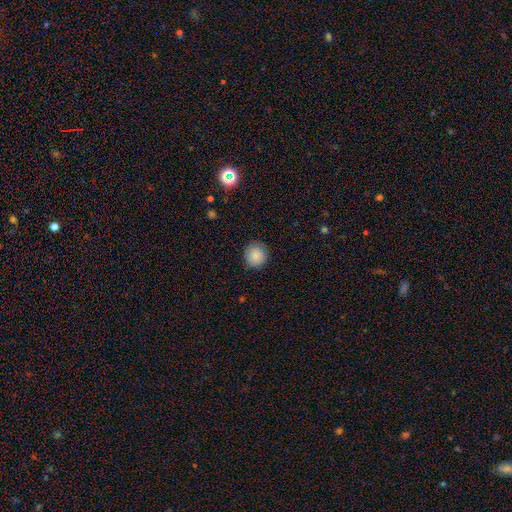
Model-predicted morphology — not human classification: smooth-or-featured: smooth: 87% | star or artifact: 9% | featured or disk: 4%
  how-rounded: round: 92% | in between: 7% | cigar-shaped: 1%
  merging: none: 90% | minor disturbance: 7% | major disturbance: 2% | merger: 1%